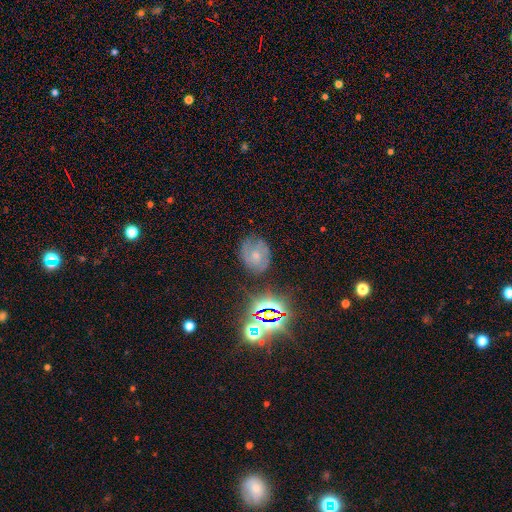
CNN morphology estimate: A featured or disk galaxy (50%).

Vote fractions:
- Smooth or featured? featured or disk: 50% / smooth: 30% / star or artifact: 20%
- Edge-on disk? no: 96% / yes: 4%
- Merging? none: 71% / minor disturbance: 20% / major disturbance: 6% / merger: 2%